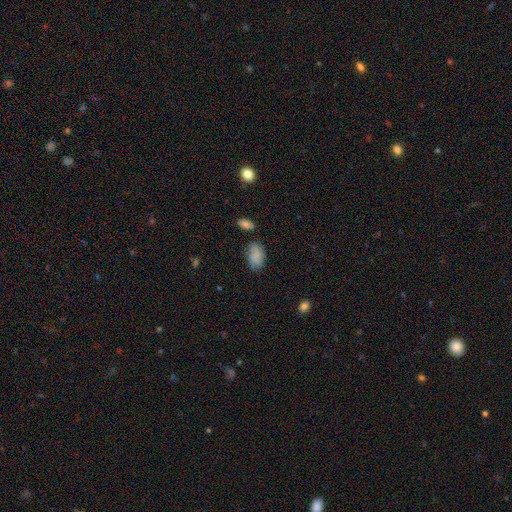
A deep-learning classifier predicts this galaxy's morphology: A smooth galaxy with no disk features (74%) that is in between round and cigar-shaped (91%). Merging: none (62%).